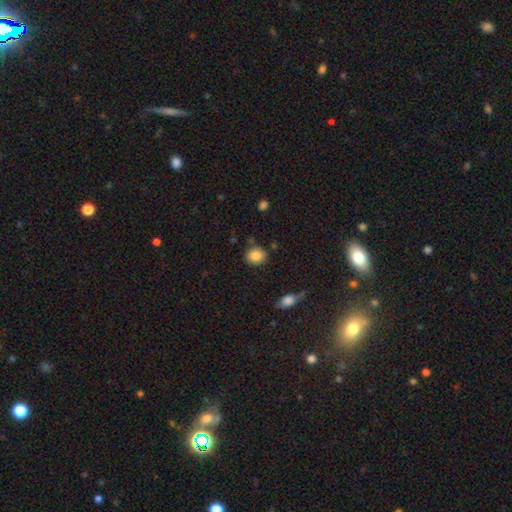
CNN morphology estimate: A smooth galaxy with no disk features (85%) that is round (70%).

Vote fractions:
- Smooth or featured? smooth: 85% / star or artifact: 9% / featured or disk: 6%
- How rounded? round: 70% / in between: 29% / cigar-shaped: 1%
- Merging? none: 79% / minor disturbance: 14% / merger: 4% / major disturbance: 3%